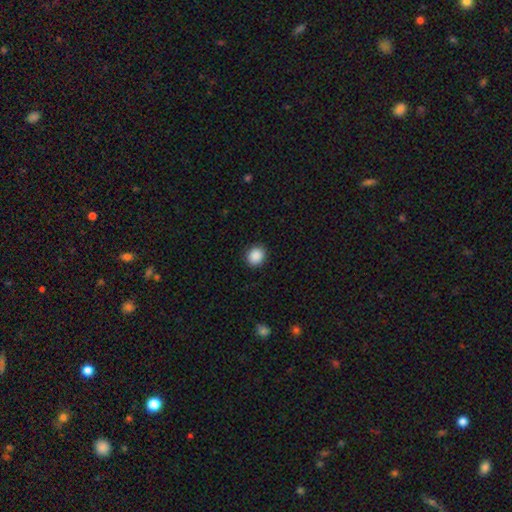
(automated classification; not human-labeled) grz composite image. It shows a smooth galaxy with no disk features (90%) that is round (66%). Merging: none (90%).